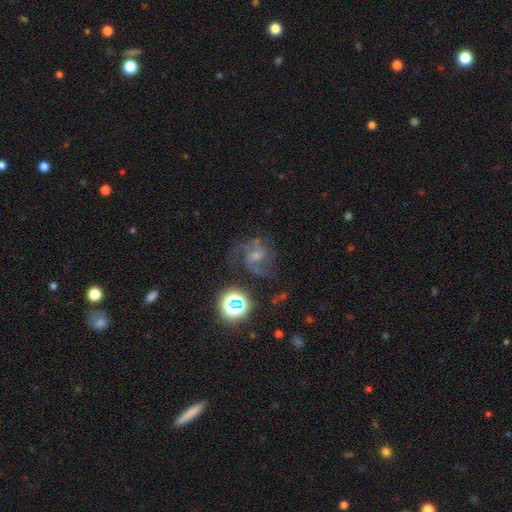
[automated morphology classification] Smooth or featured? featured or disk (73%)
Edge-on disk? no (98%)
Bar? weak (47%)
Spiral arms? yes (95%)
Spiral winding? medium (57%)
Spiral arm count? 2 (70%)
Bulge size? small (47%)
Merging? none (66%)